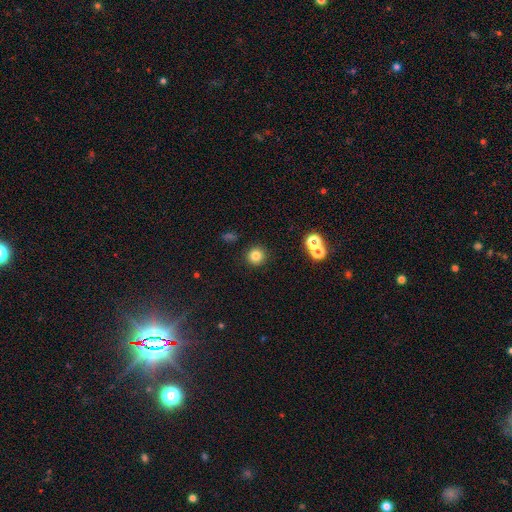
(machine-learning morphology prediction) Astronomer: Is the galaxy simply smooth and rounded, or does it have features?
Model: smooth — 80%.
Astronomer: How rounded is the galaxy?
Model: round — 94%.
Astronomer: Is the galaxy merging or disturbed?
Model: none — 89%.